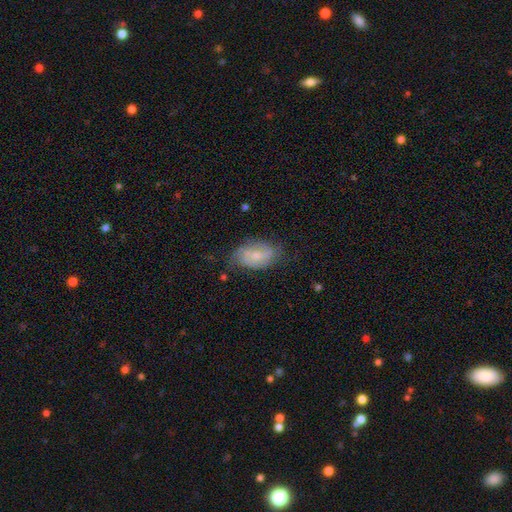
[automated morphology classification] Overall: featured or disk (50%; smooth 42%). Edge-on disk: no (95%). Merging: none (64%; minor disturbance 27%).